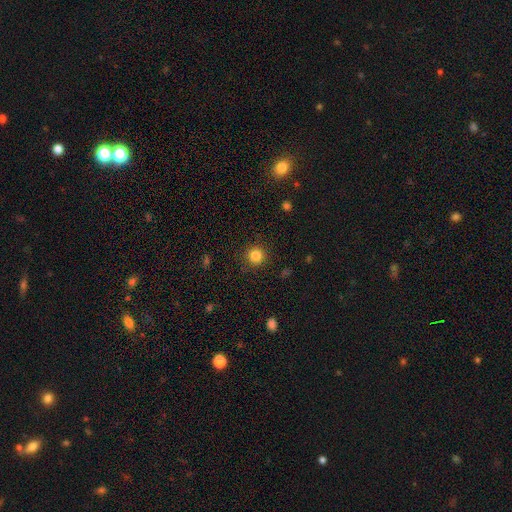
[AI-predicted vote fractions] A smooth galaxy with no disk features (84%) that is round (94%). Merging: none (90%).